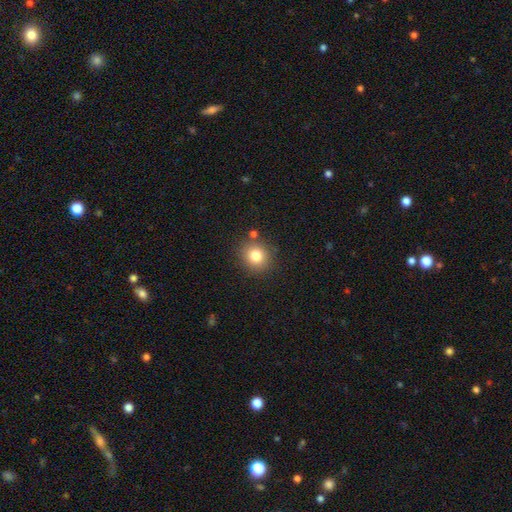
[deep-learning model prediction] A smooth galaxy with no disk features (80%) that is round (87%). Merging: none (84%).